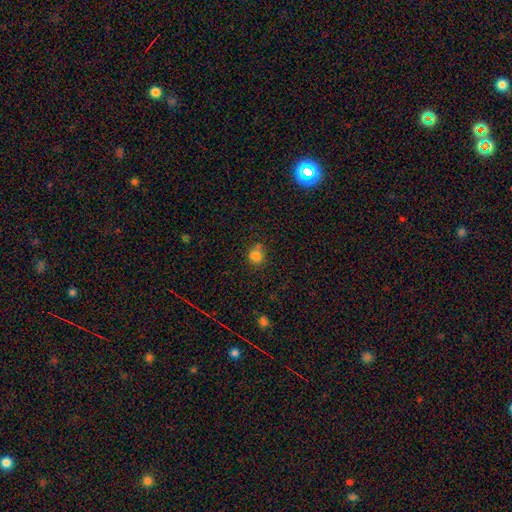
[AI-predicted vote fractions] A smooth galaxy with no disk features (80%) that is round (78%).

Vote fractions:
- Smooth or featured? smooth: 80% / star or artifact: 15% / featured or disk: 5%
- How rounded? round: 78% / in between: 21% / cigar-shaped: 1%
- Merging? none: 66% / minor disturbance: 17% / merger: 12% / major disturbance: 5%